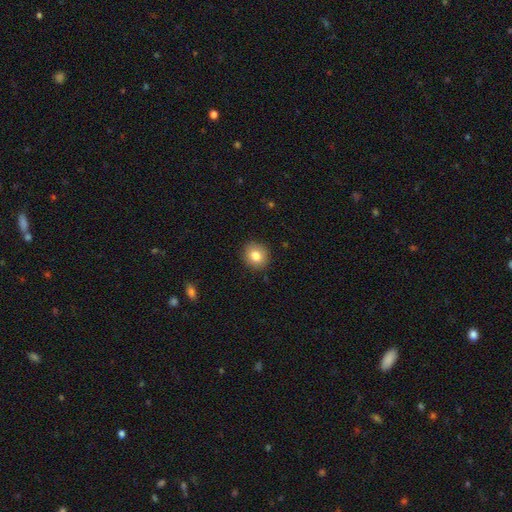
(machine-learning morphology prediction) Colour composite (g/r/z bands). It shows a smooth galaxy with no disk features (82%) that is round (82%). Merging: none (90%).